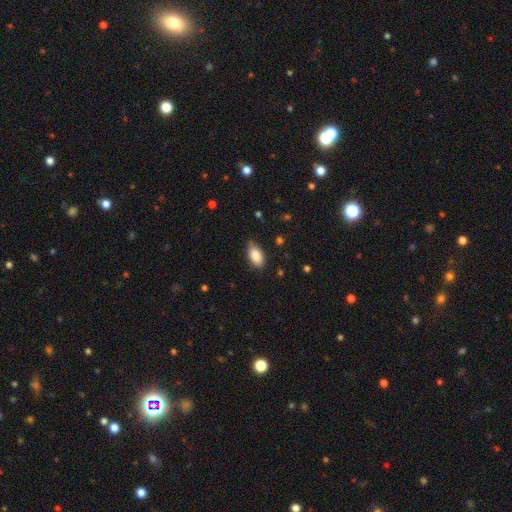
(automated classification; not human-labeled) Smooth or featured?
  - smooth: 88% *
  - star or artifact: 7%
  - featured or disk: 6%
How rounded?
  - in between: 92% *
  - round: 4%
  - cigar-shaped: 3%
Merging?
  - none: 72% *
  - minor disturbance: 23%
  - major disturbance: 4%
  - merger: 1%